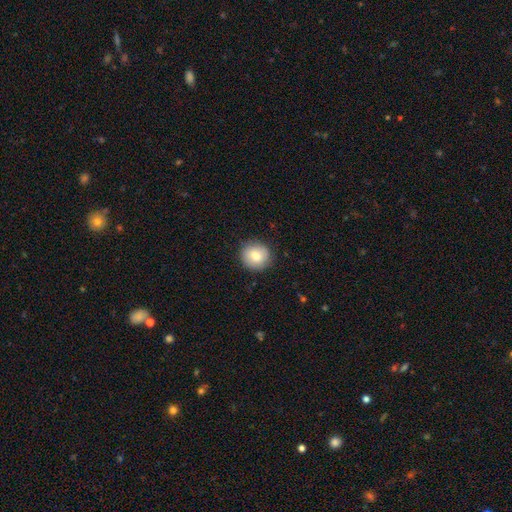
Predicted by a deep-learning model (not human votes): The model was most divided on "smooth or featured": smooth: 78%, featured or disk: 14%, star or artifact: 9%. More confident: how rounded — round (89%); merging — none (87%).